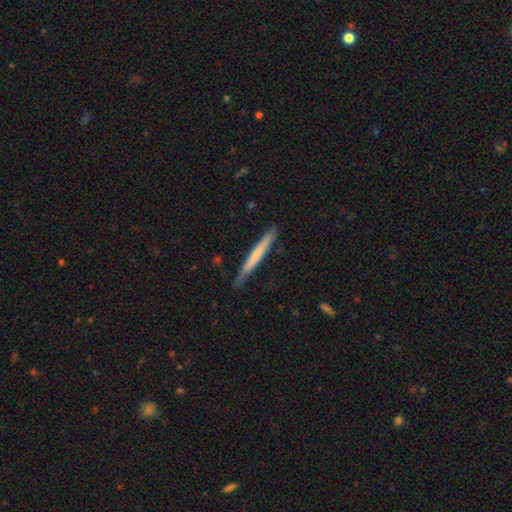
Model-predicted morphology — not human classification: The model was most divided on "smooth or featured": smooth: 57%, featured or disk: 38%, star or artifact: 5%. More confident: how rounded — cigar-shaped (97%); merging — none (83%).